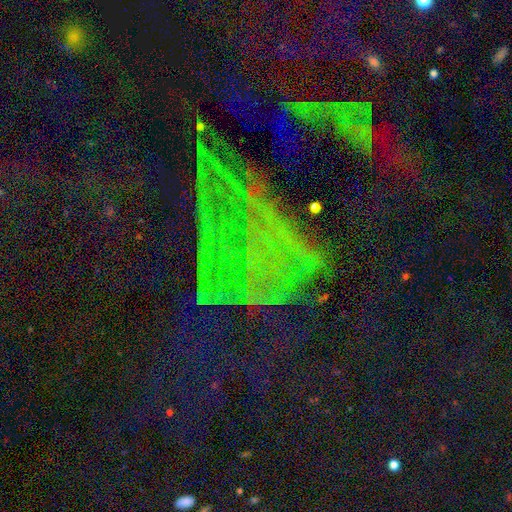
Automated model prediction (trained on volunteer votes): Smooth or featured? star or artifact (81%)